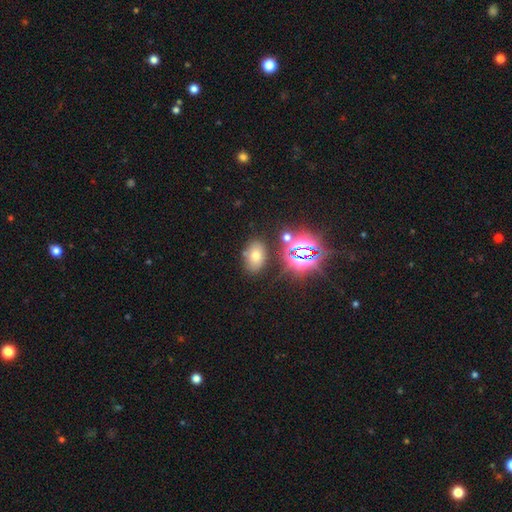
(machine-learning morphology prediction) Smooth or featured?
  - smooth: 54% *
  - star or artifact: 32%
  - featured or disk: 14%
How rounded?
  - in between: 84% *
  - round: 14%
  - cigar-shaped: 2%
Merging?
  - none: 79% *
  - minor disturbance: 11%
  - merger: 5%
  - major disturbance: 4%